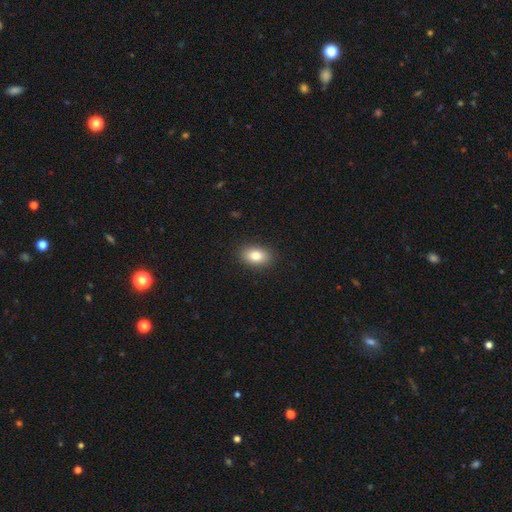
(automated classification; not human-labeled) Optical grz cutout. It shows a smooth galaxy with no disk features (82%) that is in between round and cigar-shaped (85%). Merging: none (89%).